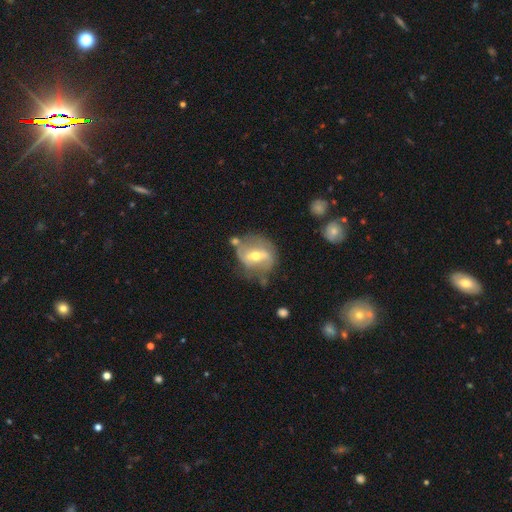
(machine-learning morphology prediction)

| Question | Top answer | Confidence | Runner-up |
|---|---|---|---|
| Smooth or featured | featured or disk | 72% | smooth (21%) |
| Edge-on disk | no | 92% | yes (8%) |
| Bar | strong | 49% | weak (36%) |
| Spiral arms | yes | 70% | no (30%) |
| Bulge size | moderate | 63% | small (32%) |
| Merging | none | 58% | minor disturbance (22%) |